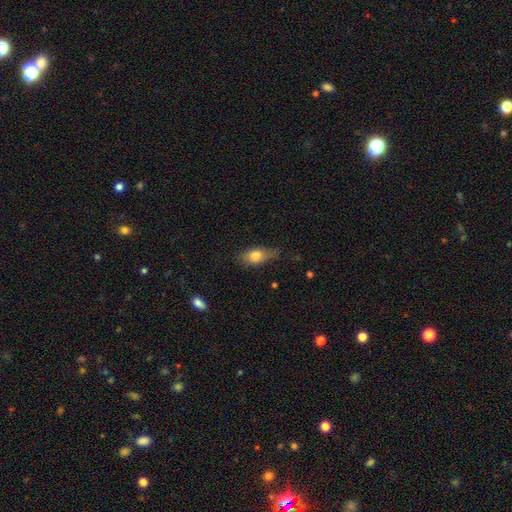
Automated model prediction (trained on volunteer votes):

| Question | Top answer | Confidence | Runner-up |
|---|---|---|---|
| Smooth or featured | smooth | 75% | featured or disk (17%) |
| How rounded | in between | 80% | cigar-shaped (11%) |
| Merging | none | 58% | minor disturbance (32%) |